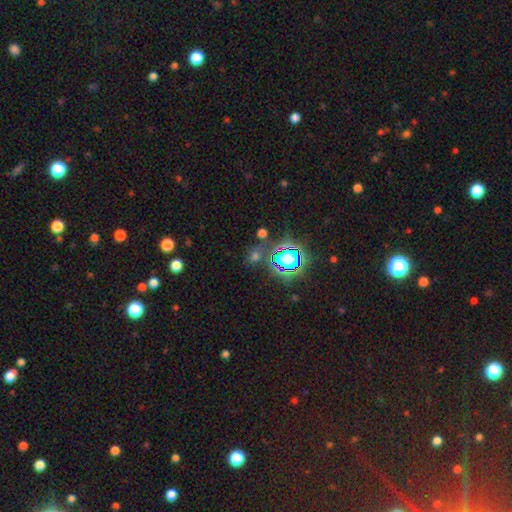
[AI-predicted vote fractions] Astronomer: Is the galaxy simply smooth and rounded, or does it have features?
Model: star or artifact — 52% (runner-up: smooth, 39%).